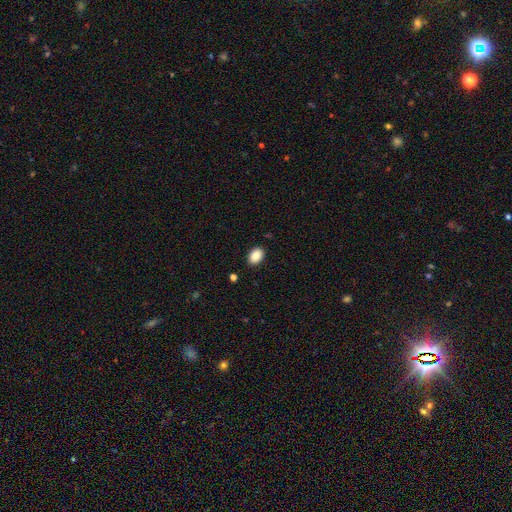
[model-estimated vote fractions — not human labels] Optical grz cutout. It shows a smooth galaxy with no disk features (89%) that is in between round and cigar-shaped (84%). Merging: none (88%).